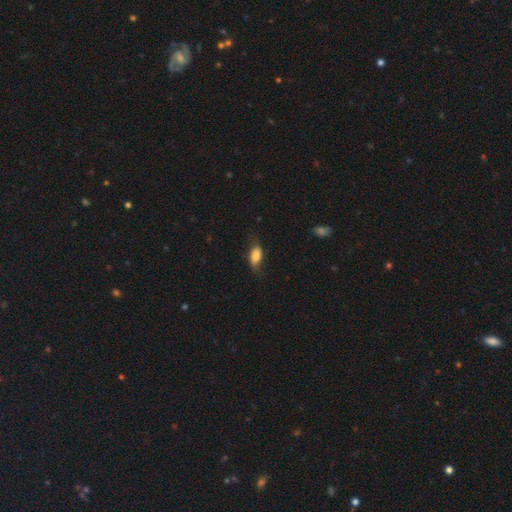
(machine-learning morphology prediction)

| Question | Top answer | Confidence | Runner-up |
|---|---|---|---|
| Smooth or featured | smooth | 72% | featured or disk (20%) |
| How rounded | in between | 83% | cigar-shaped (11%) |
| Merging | none | 64% | minor disturbance (25%) |